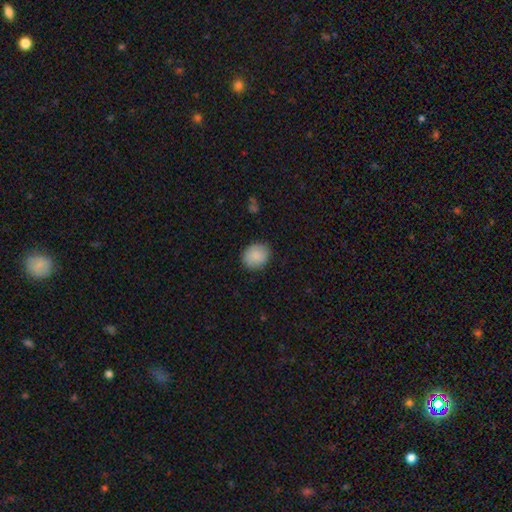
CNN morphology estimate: Smooth or featured: smooth — 88% (star or artifact — 7%)
How rounded: round — 68% (in between — 31%)
Merging: none — 86% (minor disturbance — 11%)